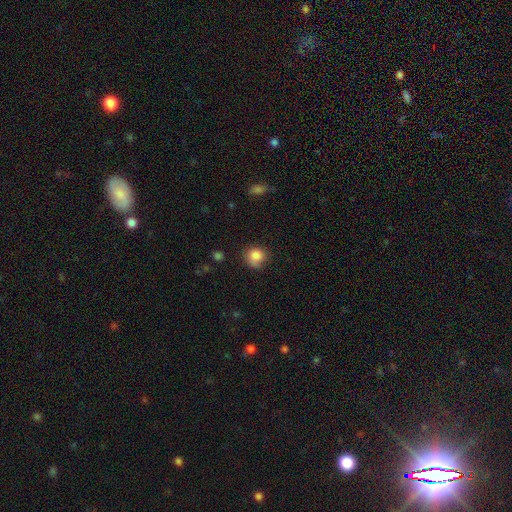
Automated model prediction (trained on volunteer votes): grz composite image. It shows a smooth galaxy with no disk features (84%) that is round (84%). Merging: none (67%).